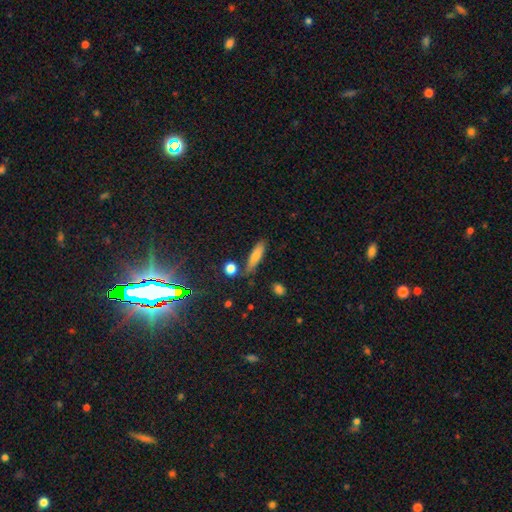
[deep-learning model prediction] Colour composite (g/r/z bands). It shows a smooth galaxy with no disk features (77%) that is cigar-shaped (61%). Merging: none (69%).